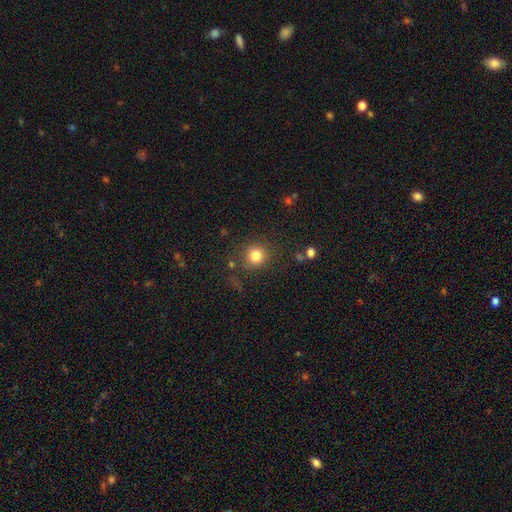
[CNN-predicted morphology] smooth_or_featured: smooth (p=0.82) [alt: star or artifact p=0.12]
how_rounded: round (p=0.89) [alt: in between p=0.10]
merging: none (p=0.81) [alt: minor disturbance p=0.10]